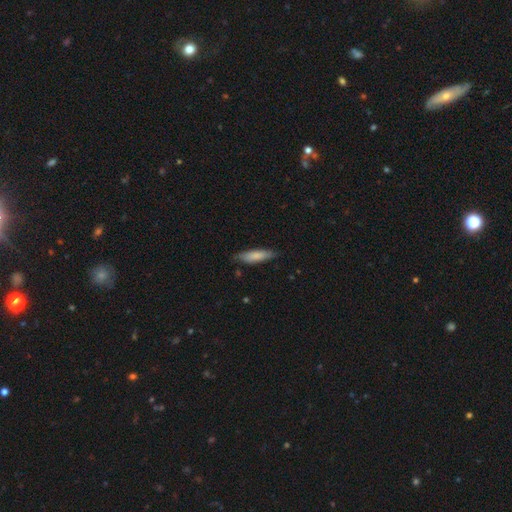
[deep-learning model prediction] Smooth or featured? smooth (78%)
How rounded? cigar-shaped (69%)
Merging? none (79%)